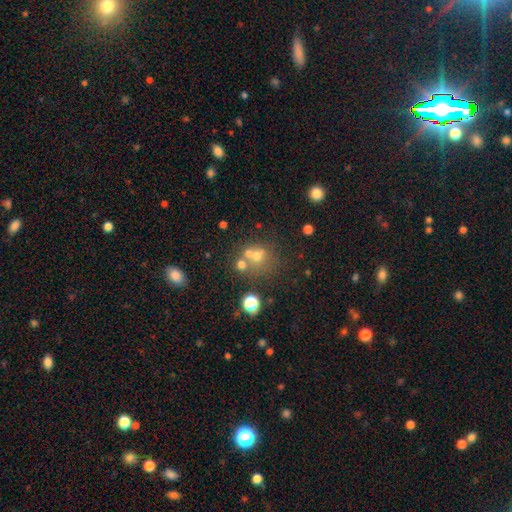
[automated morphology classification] type=smooth (55%); roundness=round (79%); merging=none (46%).